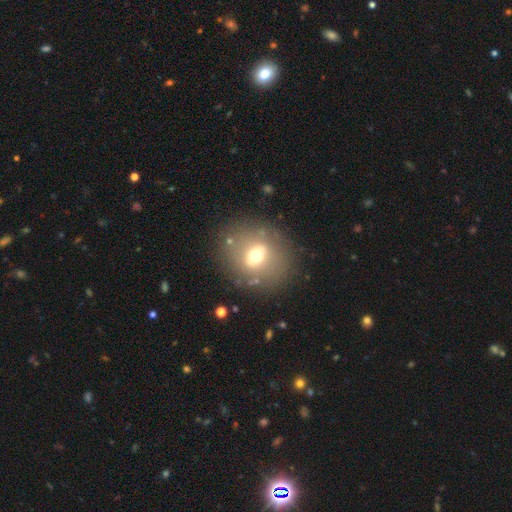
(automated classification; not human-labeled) The model was most divided on "smooth or featured": smooth: 49%, featured or disk: 37%, star or artifact: 14%. More confident: merging — none (80%).